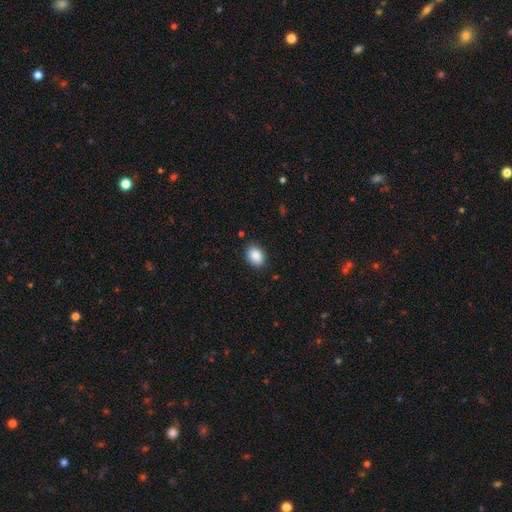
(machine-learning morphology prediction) smooth_or_featured: smooth (p=0.88) [alt: star or artifact p=0.08]
how_rounded: in between (p=0.76) [alt: round p=0.23]
merging: none (p=0.86) [alt: minor disturbance p=0.11]